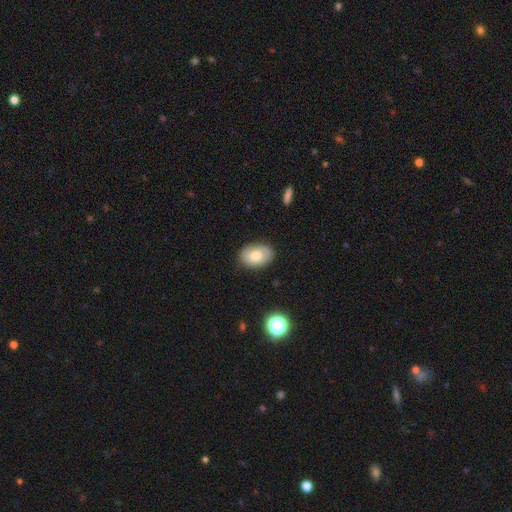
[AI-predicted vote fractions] A smooth galaxy with no disk features (75%) that is in between round and cigar-shaped (84%). Merging: none (84%).